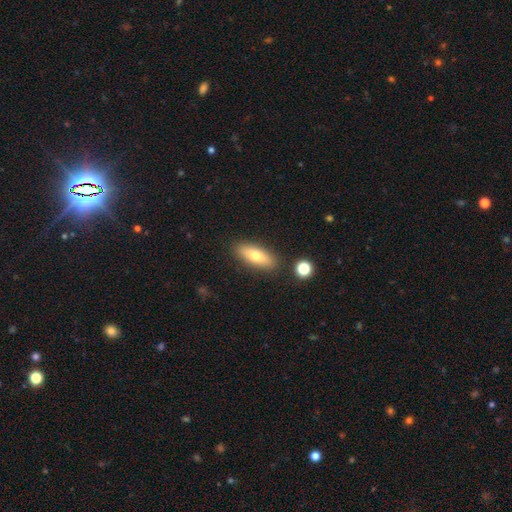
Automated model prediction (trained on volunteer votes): This appears to be a smooth galaxy with no disk features (71%) that is in between round and cigar-shaped (65%). Merging: none (86%).